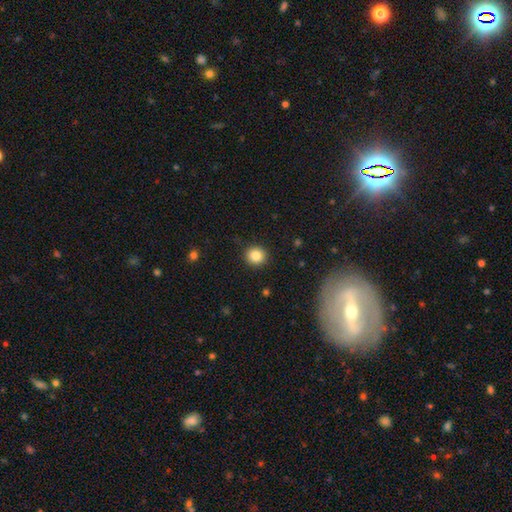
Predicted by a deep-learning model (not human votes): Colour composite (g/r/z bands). It shows a smooth galaxy with no disk features (85%) that is round (90%). Merging: none (91%).